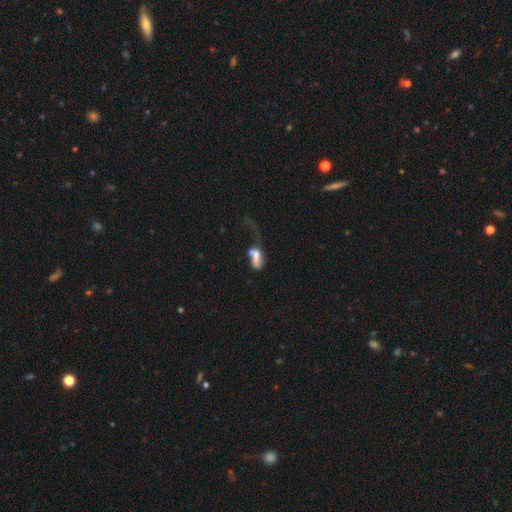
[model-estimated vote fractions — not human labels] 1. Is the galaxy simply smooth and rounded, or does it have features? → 52% smooth, 38% featured or disk, 10% star or artifact.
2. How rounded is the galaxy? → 80% in between, 11% cigar-shaped, 9% round.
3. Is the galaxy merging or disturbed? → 52% major disturbance, 22% merger, 14% none, 12% minor disturbance.